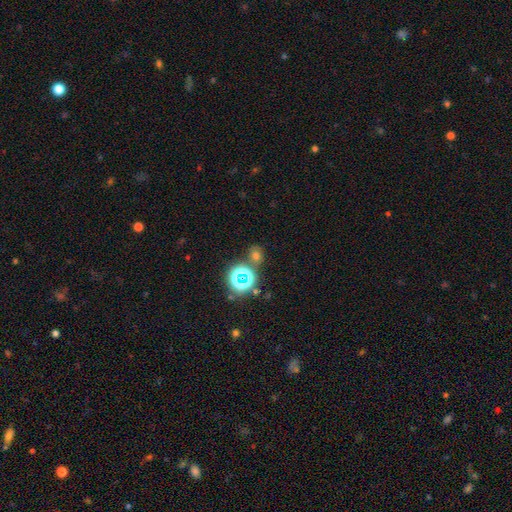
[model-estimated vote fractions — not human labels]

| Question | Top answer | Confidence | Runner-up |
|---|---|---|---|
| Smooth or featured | star or artifact | 71% | smooth (21%) |